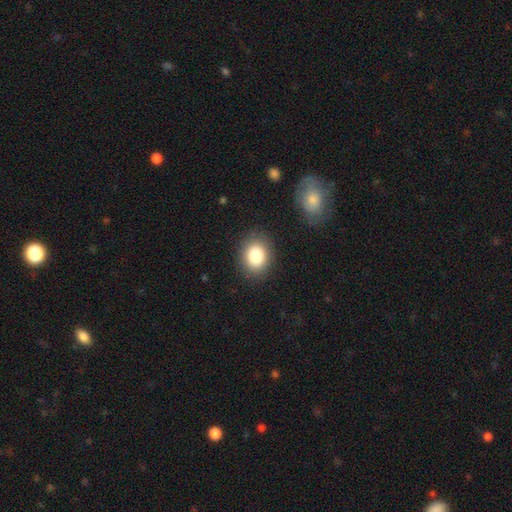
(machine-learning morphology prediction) smooth 84%, star or artifact 9%, featured or disk 7%. Down the decision tree: how rounded — in between (53%); merging — none (86%).